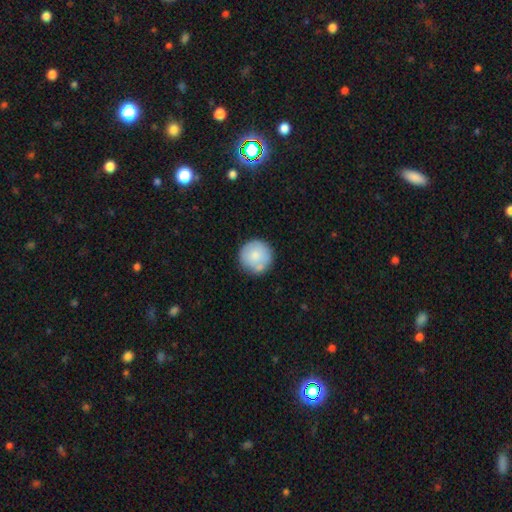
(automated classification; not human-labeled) smooth_or_featured: smooth (p=0.78) [alt: featured or disk p=0.16]
how_rounded: round (p=0.95) [alt: in between p=0.04]
merging: none (p=0.76) [alt: minor disturbance p=0.14]